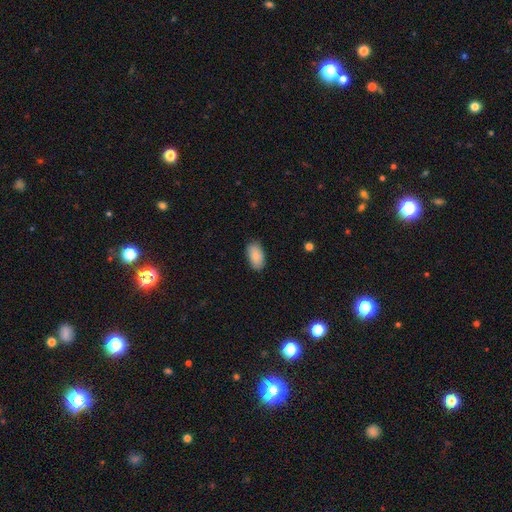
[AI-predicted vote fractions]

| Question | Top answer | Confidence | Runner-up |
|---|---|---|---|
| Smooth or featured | smooth | 87% | star or artifact (7%) |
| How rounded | in between | 94% | round (4%) |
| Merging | none | 86% | minor disturbance (11%) |